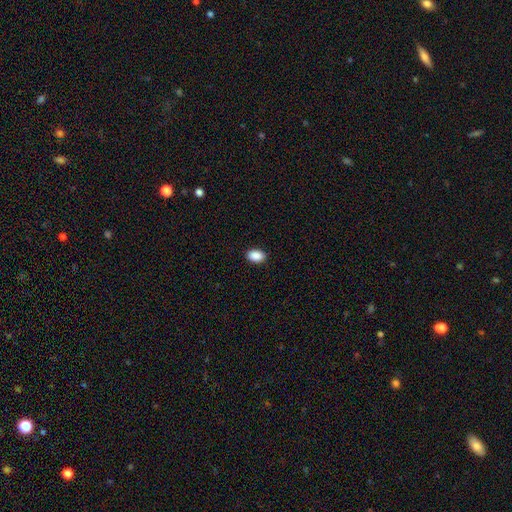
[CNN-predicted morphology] Overall: smooth (90%). How rounded: in between (88%). Merging: none (90%).